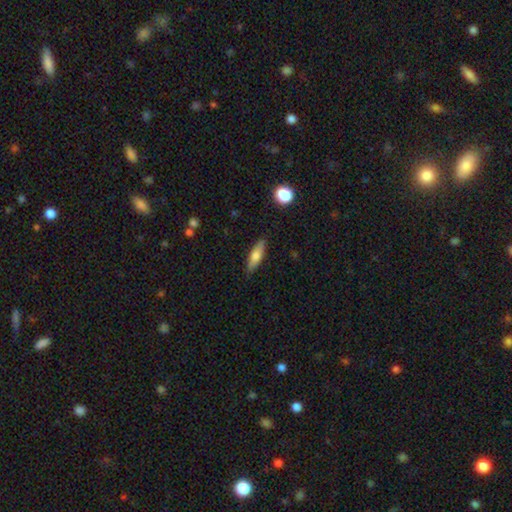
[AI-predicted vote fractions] smooth_or_featured: smooth (p=0.63) [alt: featured or disk p=0.30]
how_rounded: cigar-shaped (p=0.55) [alt: in between p=0.42]
merging: none (p=0.86) [alt: minor disturbance p=0.10]